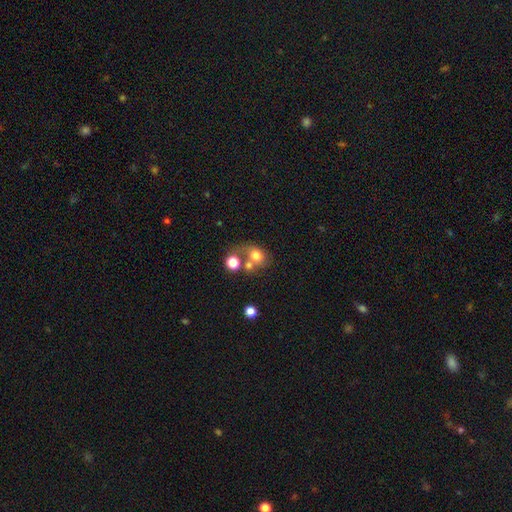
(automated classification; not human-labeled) Overall: smooth (72%). How rounded: round (59%; in between 40%). Merging: merger (43%; none 36%).